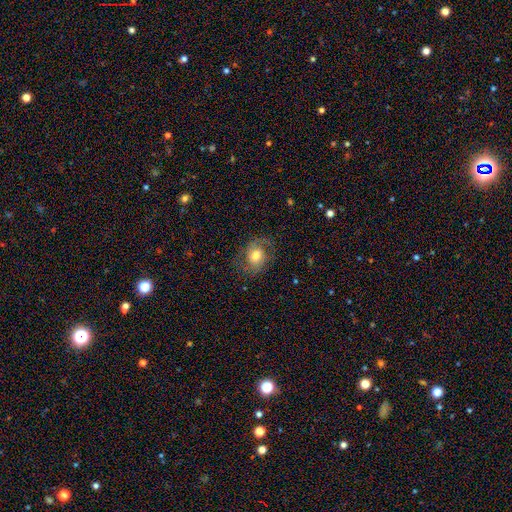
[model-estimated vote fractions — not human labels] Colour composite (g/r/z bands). It shows a smooth galaxy with no disk features (49%). Merging: none (68%).